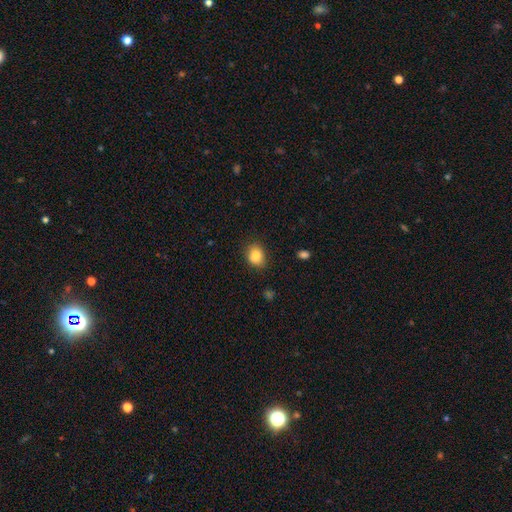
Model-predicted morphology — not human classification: Q: Smooth or featured?
A: smooth (84%); runner-up: star or artifact (9%)
Q: How rounded?
A: in between (51%); runner-up: round (48%)
Q: Merging?
A: none (80%); runner-up: minor disturbance (14%)